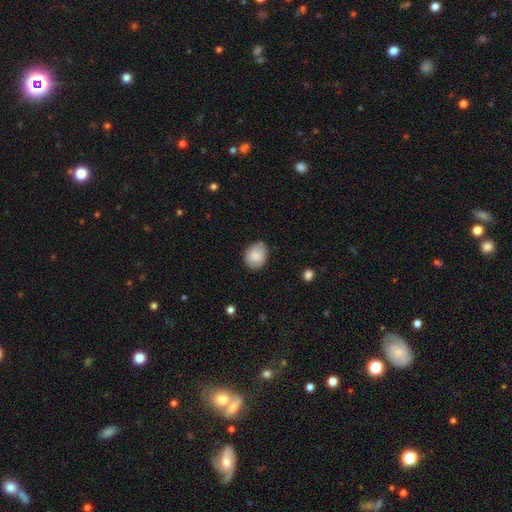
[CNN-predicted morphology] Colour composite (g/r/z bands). It shows a smooth galaxy with no disk features (84%) that is round (51%). Merging: none (79%).